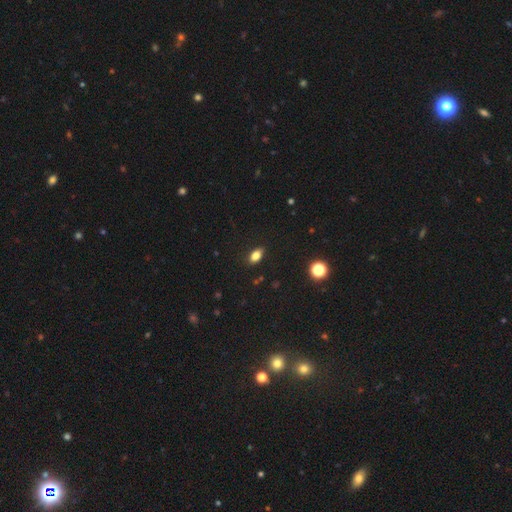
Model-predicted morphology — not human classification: This is clearly a smooth galaxy (81%). How rounded: clearly in between (86%). Merging: clearly none (86%).